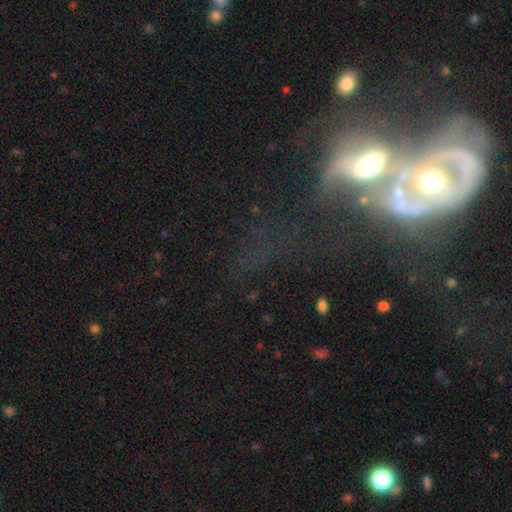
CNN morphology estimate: This is likely a featured or disk galaxy (67%). It is clearly not viewed edge-on (92%). Bar: likely no (67%). Spiral arm pattern: possibly yes (60%). Central bulge: likely moderate (63%). Merging: likely merger (72%).